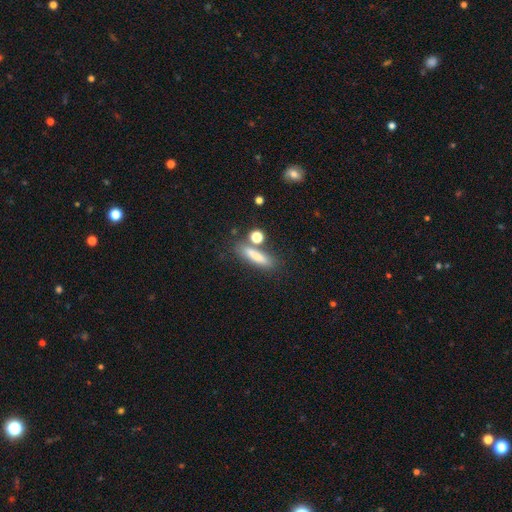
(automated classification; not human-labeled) smooth 78%, featured or disk 13%, star or artifact 9%. Down the decision tree: how rounded — cigar-shaped (68%); merging — none (66%).